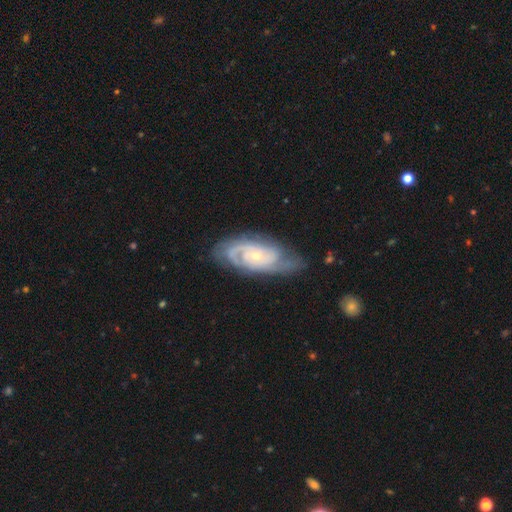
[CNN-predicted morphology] Q: Smooth or featured?
A: featured or disk (87%); runner-up: smooth (8%)
Q: Edge-on disk?
A: no (95%); runner-up: yes (5%)
Q: Bar?
A: no (71%); runner-up: weak (24%)
Q: Spiral arms?
A: yes (97%); runner-up: no (3%)
Q: Spiral winding?
A: tight (60%); runner-up: medium (34%)
Q: Spiral arm count?
A: 2 (42%); runner-up: 3 (26%)
Q: Bulge size?
A: small (67%); runner-up: moderate (30%)
Q: Merging?
A: none (71%); runner-up: minor disturbance (20%)